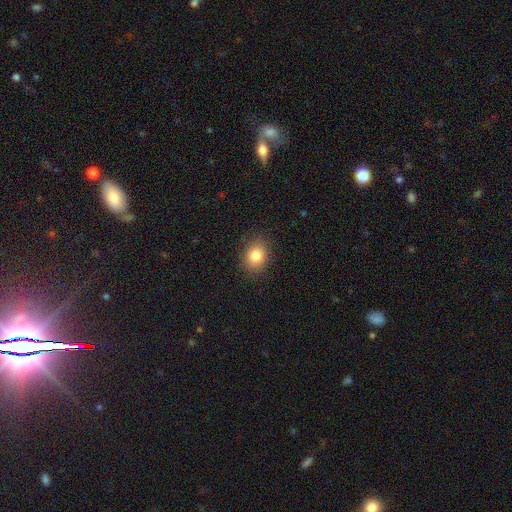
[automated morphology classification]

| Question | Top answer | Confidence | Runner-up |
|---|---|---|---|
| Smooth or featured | smooth | 82% | star or artifact (10%) |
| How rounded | round | 51% | in between (48%) |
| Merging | none | 87% | minor disturbance (9%) |